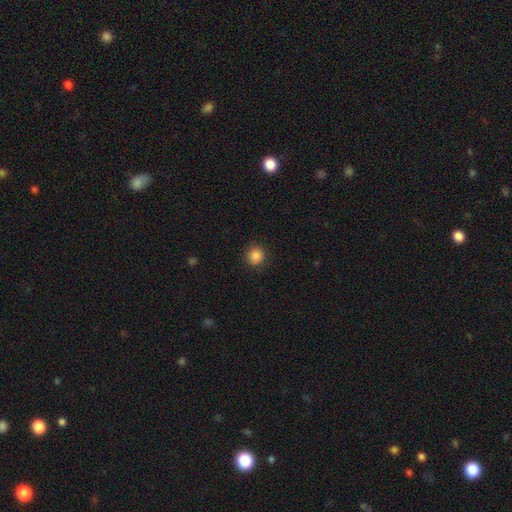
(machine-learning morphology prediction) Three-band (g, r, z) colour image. It shows a smooth galaxy with no disk features (86%) that is round (92%). Merging: none (89%).